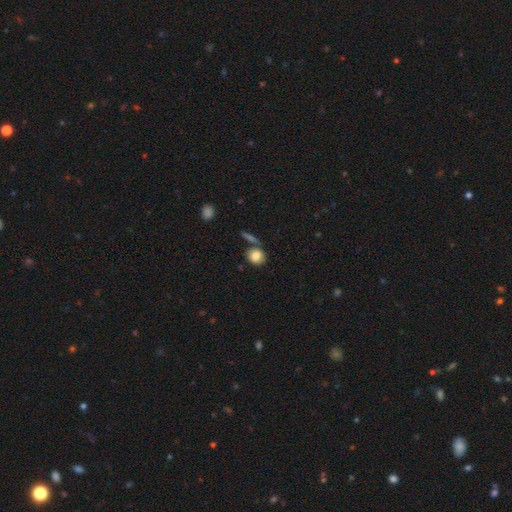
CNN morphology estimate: Q: Smooth or featured?
A: smooth (82%); runner-up: featured or disk (10%)
Q: How rounded?
A: round (70%); runner-up: in between (28%)
Q: Merging?
A: none (67%); runner-up: merger (15%)